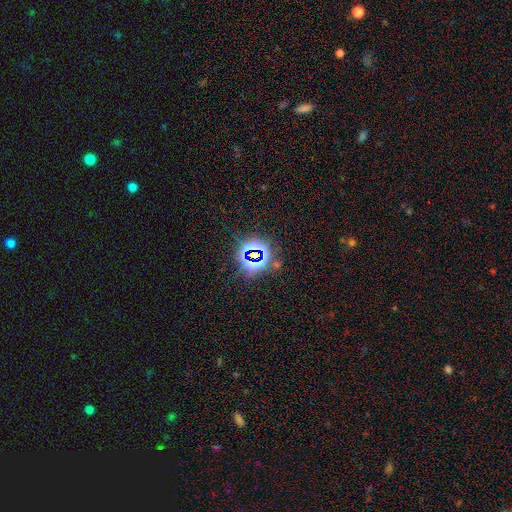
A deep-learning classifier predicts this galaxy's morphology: Smooth or featured?
  - star or artifact: 78% *
  - smooth: 14%
  - featured or disk: 8%